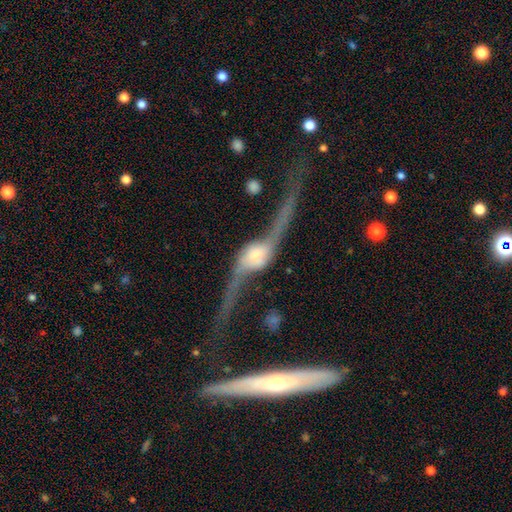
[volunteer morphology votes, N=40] Smooth or featured: featured or disk — 95% (smooth — 2%)
Edge-on disk: no — 63% (yes — 37%)
Bar: no — 58% (weak — 25%)
Spiral arms: yes — 92% (no — 8%)
Spiral winding: loose — 95% (medium — 5%)
Spiral arm count: 2 — 95% (more than 4 — 5%)
Bulge size: moderate — 33% (small — 29%)
Merging: none — 54% (minor disturbance — 26%)